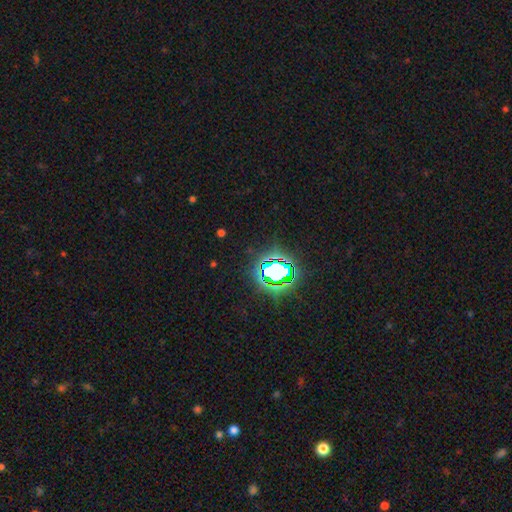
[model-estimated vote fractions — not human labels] Smooth or featured: star or artifact — 80% (smooth — 12%)